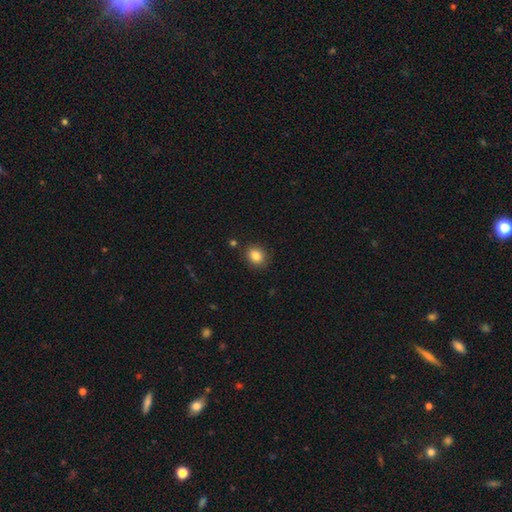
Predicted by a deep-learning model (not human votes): smooth-or-featured: smooth: 85% | star or artifact: 10% | featured or disk: 5%
  how-rounded: round: 64% | in between: 35% | cigar-shaped: 1%
  merging: none: 86% | minor disturbance: 9% | major disturbance: 2% | merger: 2%